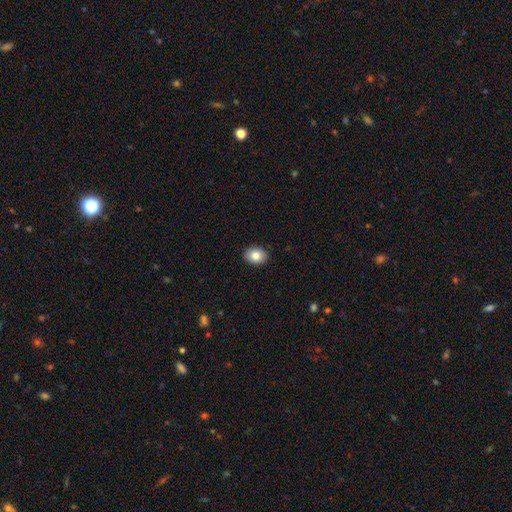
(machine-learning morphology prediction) Smooth or featured? smooth (83%)
How rounded? in between (60%)
Merging? none (90%)